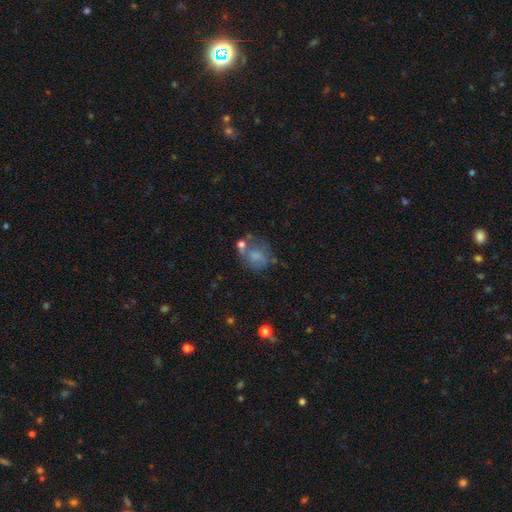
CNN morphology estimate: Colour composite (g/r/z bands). It shows a smooth galaxy with no disk features (50%). Merging: none (38%).